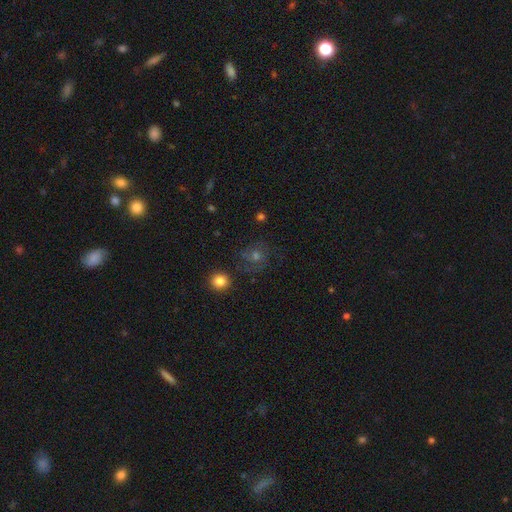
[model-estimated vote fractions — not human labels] This appears to be a featured or disk galaxy (35%). Merging: none (76%).